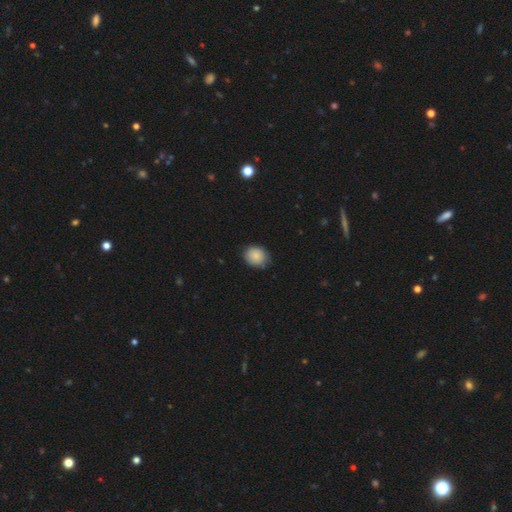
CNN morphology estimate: smooth 86%, star or artifact 8%, featured or disk 6%. Down the decision tree: how rounded — round (72%); merging — none (76%).